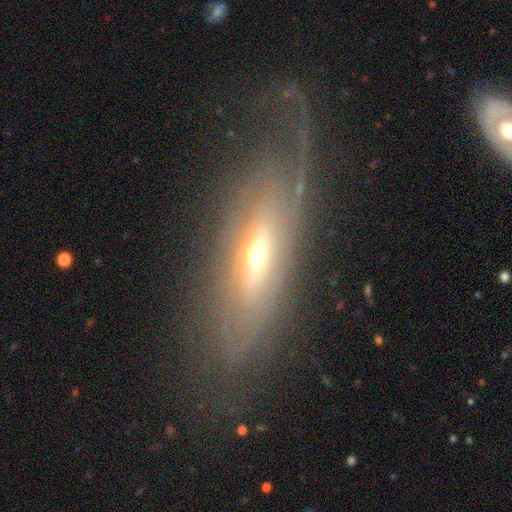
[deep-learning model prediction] Smooth or featured? featured or disk (75%)
Edge-on disk? no (67%)
Bar? no (61%)
Spiral arms? yes (62%)
Bulge size? moderate (48%)
Merging? none (57%)